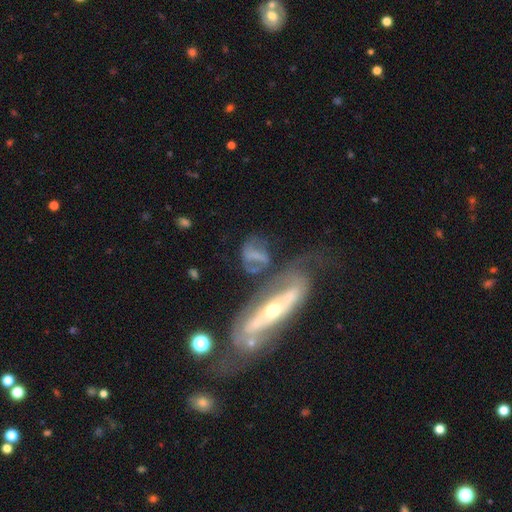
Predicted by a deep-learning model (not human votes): This is possibly a featured or disk galaxy (56%). It is likely not viewed edge-on (79%). Merging: marginally none (34%).